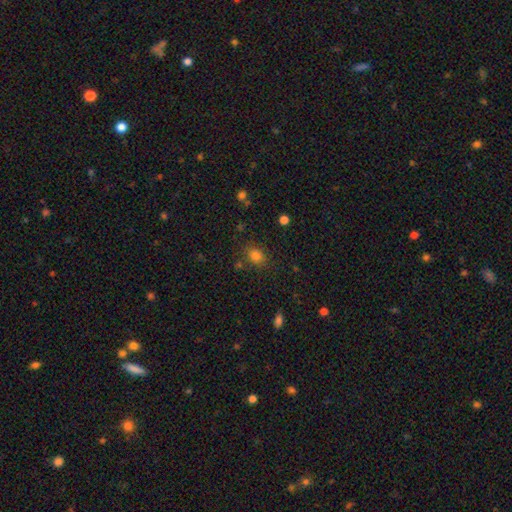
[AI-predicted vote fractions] smooth 81%, star or artifact 14%, featured or disk 6%. Down the decision tree: how rounded — round (56%); merging — none (79%).